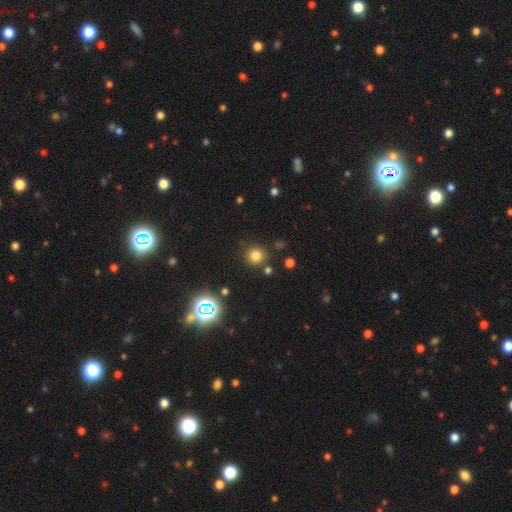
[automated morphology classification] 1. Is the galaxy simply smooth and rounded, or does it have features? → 75% smooth, 19% star or artifact, 6% featured or disk.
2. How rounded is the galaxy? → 93% round, 6% in between, 1% cigar-shaped.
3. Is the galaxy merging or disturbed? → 84% none, 7% minor disturbance, 5% merger, 3% major disturbance.